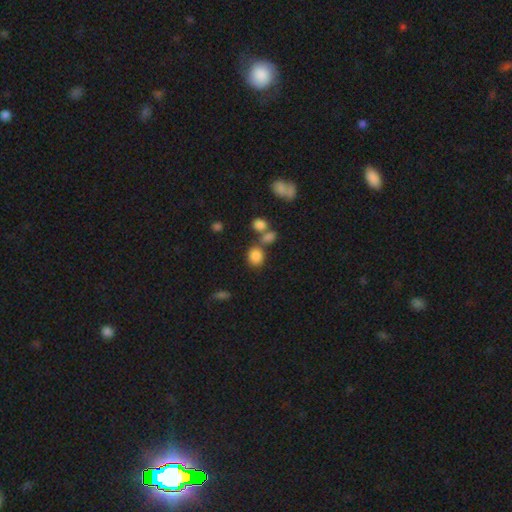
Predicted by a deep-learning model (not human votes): Morphology: type=smooth (83%); roundness=round (69%); merging=none (58%).